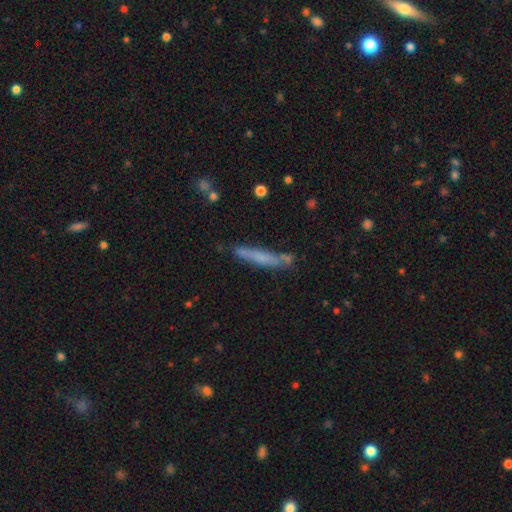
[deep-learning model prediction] Smooth or featured: smooth — 55% (featured or disk — 35%)
How rounded: cigar-shaped — 93% (in between — 5%)
Merging: none — 74% (minor disturbance — 16%)